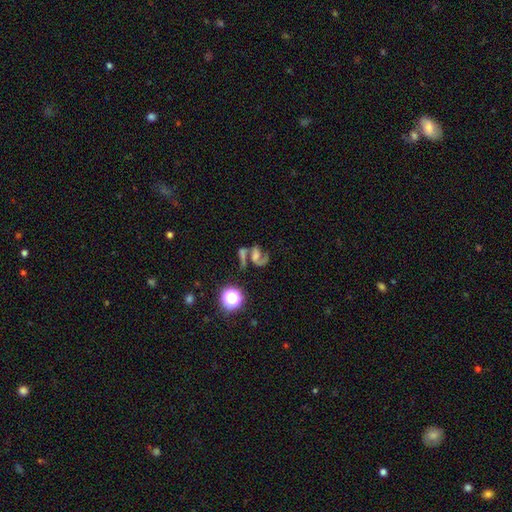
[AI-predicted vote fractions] Smooth or featured: featured or disk — 62% (smooth — 21%)
Edge-on disk: no — 96% (yes — 4%)
Bar: no — 50% (weak — 30%)
Spiral arms: yes — 85% (no — 15%)
Spiral winding: loose — 48% (medium — 39%)
Spiral arm count: 2 — 66% (1 — 27%)
Bulge size: none — 32% (moderate — 27%)
Merging: merger — 40% (none — 31%)